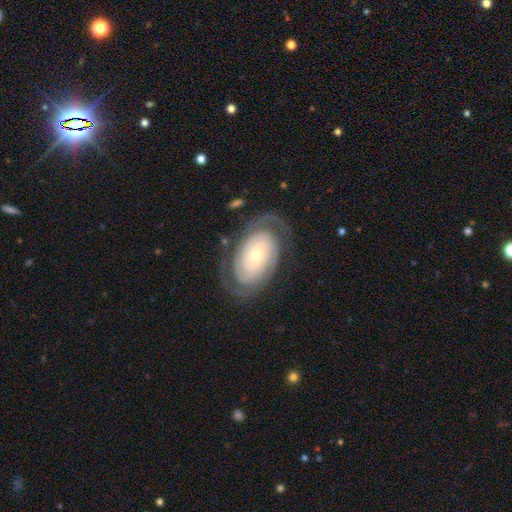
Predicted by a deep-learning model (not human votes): smooth_or_featured: featured or disk (p=0.85) [alt: smooth p=0.10]
disk_edge_on: no (p=0.96) [alt: yes p=0.04]
bar: no (p=0.76) [alt: weak p=0.17]
has_spiral_arms: yes (p=0.94) [alt: no p=0.06]
spiral_winding: tight (p=0.73) [alt: medium p=0.21]
spiral_arm_count: 2 (p=0.57) [alt: can't tell p=0.22]
bulge_size: small (p=0.73) [alt: moderate p=0.21]
merging: none (p=0.75) [alt: minor disturbance p=0.15]